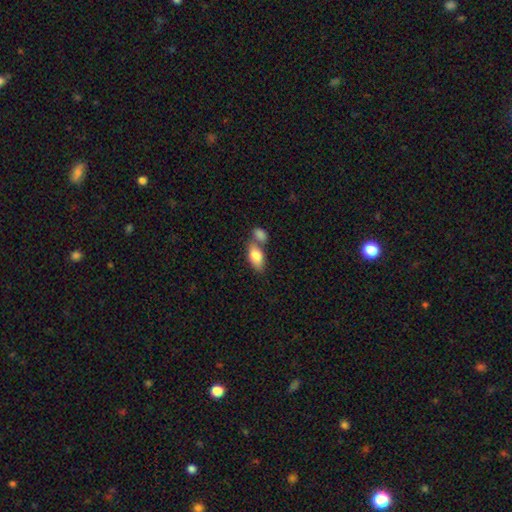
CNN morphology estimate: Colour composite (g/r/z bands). It shows a smooth galaxy with no disk features (82%) that is in between round and cigar-shaped (90%). Merging: merger (46%).